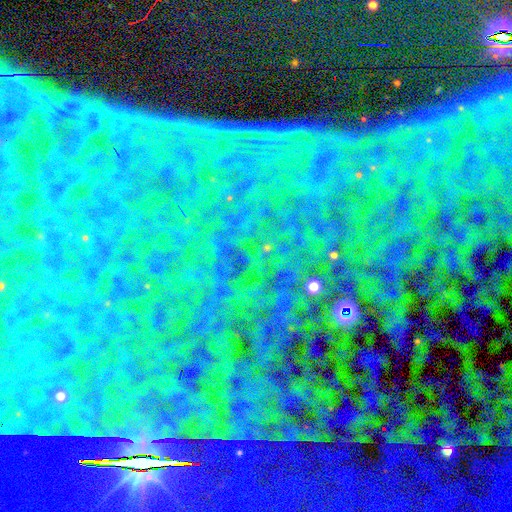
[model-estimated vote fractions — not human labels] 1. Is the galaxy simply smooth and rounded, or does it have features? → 86% star or artifact, 7% featured or disk, 7% smooth.